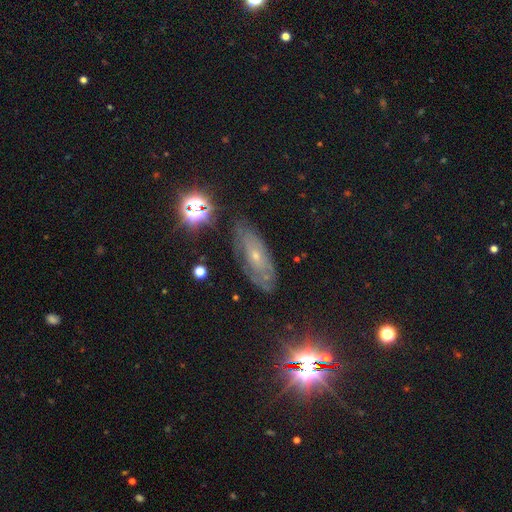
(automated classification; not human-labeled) Smooth or featured?
  - featured or disk: 56% *
  - smooth: 28%
  - star or artifact: 15%
Edge-on disk?
  - no: 81% *
  - yes: 19%
Merging?
  - none: 71% *
  - minor disturbance: 20%
  - major disturbance: 7%
  - merger: 2%